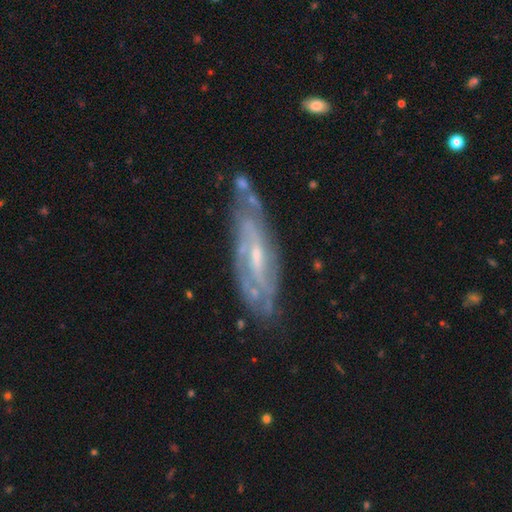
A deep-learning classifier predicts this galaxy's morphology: type=featured or disk (81%); edge-on=no (79%); bar=weak (50%); spiral arms=yes (89%); winding=tight (54%); arm count=can't tell (45%); bulge=small (59%); merging=none (67%).